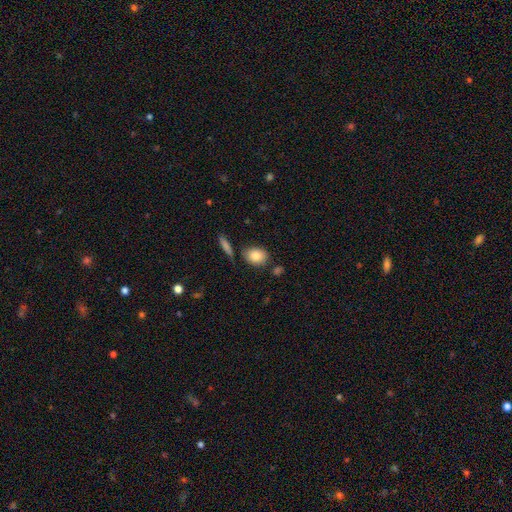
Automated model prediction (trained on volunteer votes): Smooth or featured? smooth (84%)
How rounded? in between (67%)
Merging? none (72%)